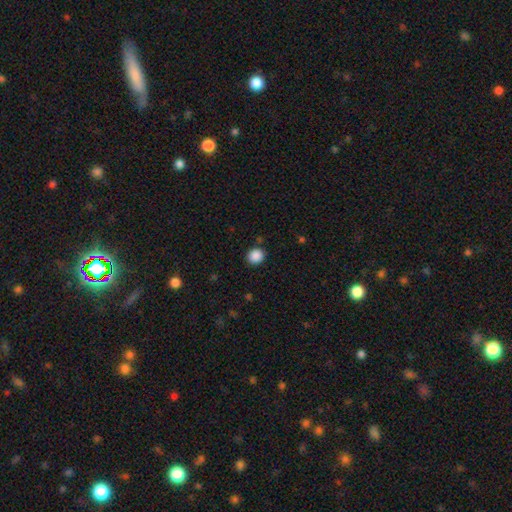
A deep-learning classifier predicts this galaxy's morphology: A smooth galaxy with no disk features (88%) that is round (81%). Merging: none (87%).